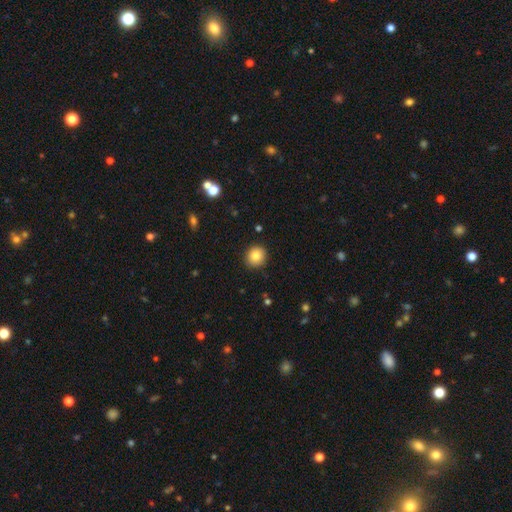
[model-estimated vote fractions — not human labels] smooth_or_featured: smooth (p=0.84) [alt: star or artifact p=0.09]
how_rounded: round (p=0.90) [alt: in between p=0.09]
merging: none (p=0.91) [alt: minor disturbance p=0.06]